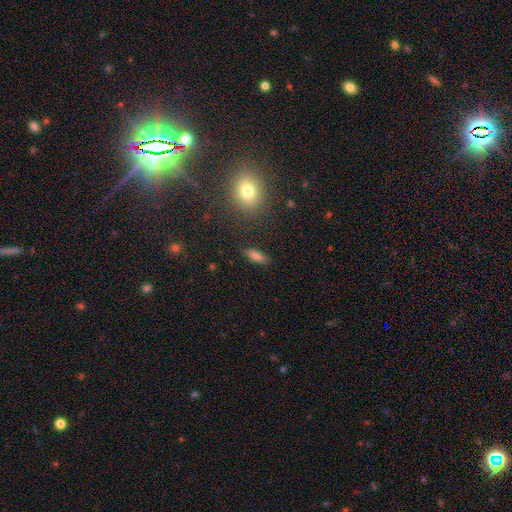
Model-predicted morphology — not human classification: type=smooth (79%); roundness=in between (67%); merging=none (85%).